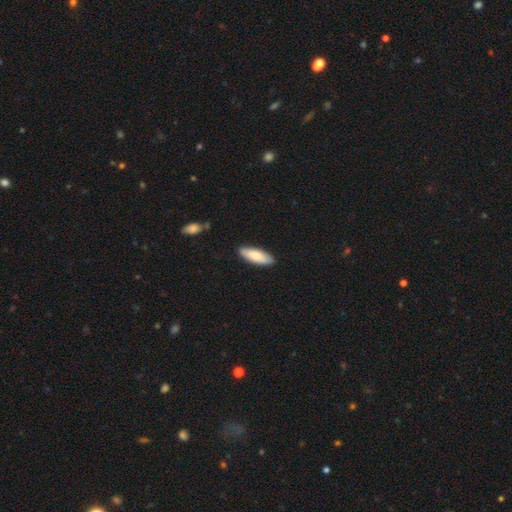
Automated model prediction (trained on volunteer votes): smooth_or_featured: smooth (p=0.82) [alt: featured or disk p=0.12]
how_rounded: in between (p=0.64) [alt: cigar-shaped p=0.35]
merging: none (p=0.85) [alt: minor disturbance p=0.11]